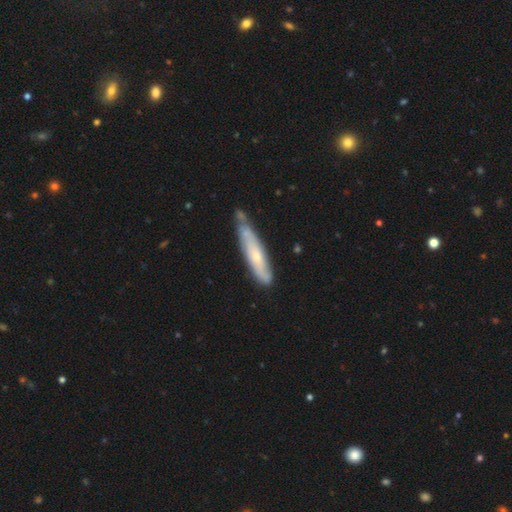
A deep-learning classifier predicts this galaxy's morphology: Smooth or featured?
  - featured or disk: 52% *
  - smooth: 42%
  - star or artifact: 6%
Edge-on disk?
  - no: 50% * (tied)
  - yes: 50% * (tied)
Merging?
  - none: 62% *
  - minor disturbance: 25%
  - merger: 9%
  - major disturbance: 5%